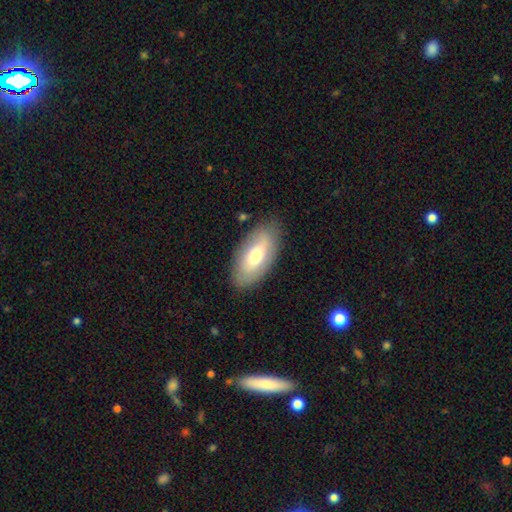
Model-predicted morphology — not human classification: Overall: smooth (60%; featured or disk 33%). How rounded: in between (92%). Merging: none (82%).